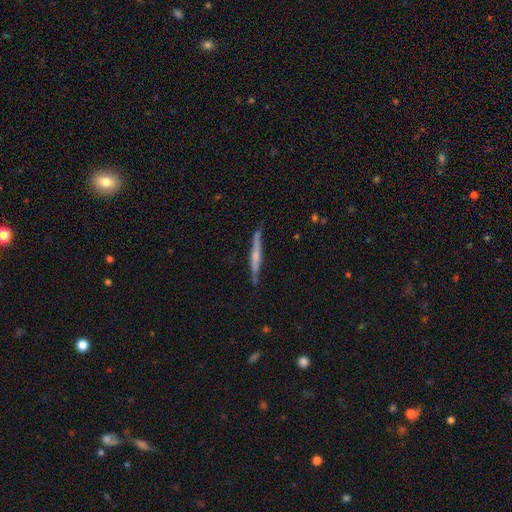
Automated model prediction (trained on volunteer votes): The model was most divided on "edge-on bulge": rounded: 51%, none: 37%, boxy: 13%. More confident: edge-on disk — yes (97%); merging — none (85%); smooth or featured — featured or disk (61%).